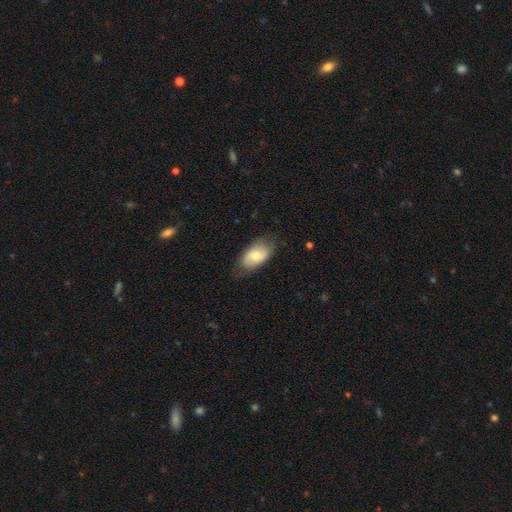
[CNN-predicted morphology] The model was most divided on "smooth or featured": smooth: 71%, featured or disk: 23%, star or artifact: 6%. More confident: how rounded — in between (93%); merging — none (72%).